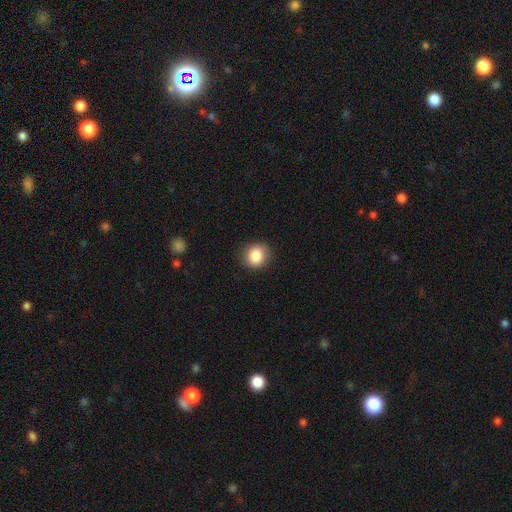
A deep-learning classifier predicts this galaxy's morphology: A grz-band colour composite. It shows a smooth galaxy with no disk features (86%) that is round (83%). Merging: none (86%).